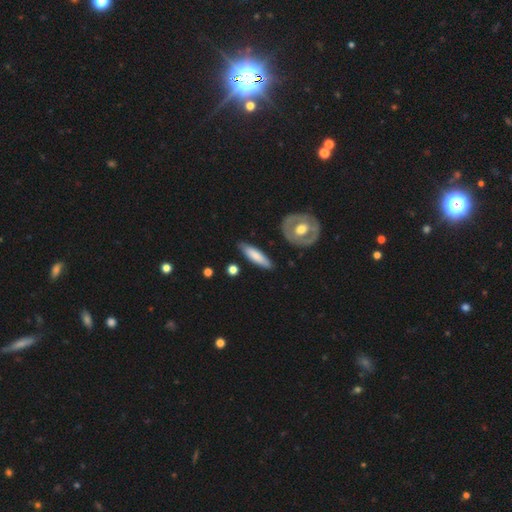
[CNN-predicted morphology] Smooth or featured: smooth — 72% (featured or disk — 23%)
How rounded: cigar-shaped — 69% (in between — 29%)
Merging: none — 84% (minor disturbance — 11%)